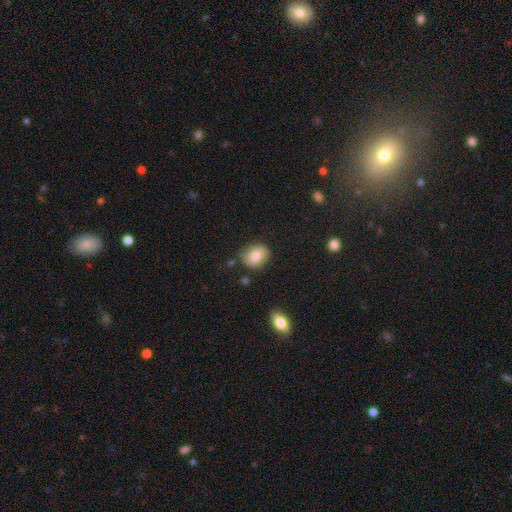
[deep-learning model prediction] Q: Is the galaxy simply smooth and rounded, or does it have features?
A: smooth — 79%.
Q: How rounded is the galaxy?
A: round — 50%.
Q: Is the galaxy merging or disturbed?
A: none — 79%.